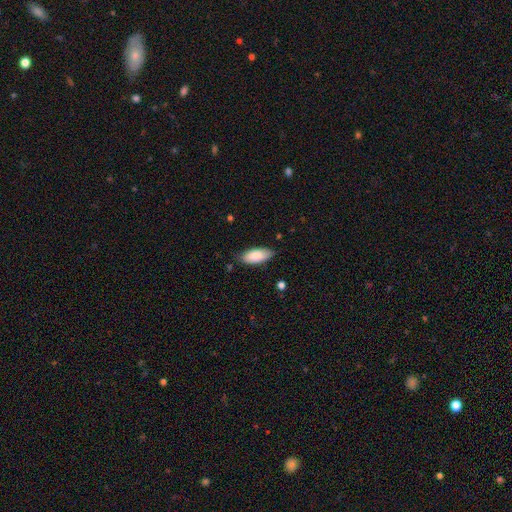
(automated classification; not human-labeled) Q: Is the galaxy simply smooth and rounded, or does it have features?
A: smooth — 84%.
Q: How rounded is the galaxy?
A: in between — 85%.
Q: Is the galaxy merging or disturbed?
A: none — 81%.